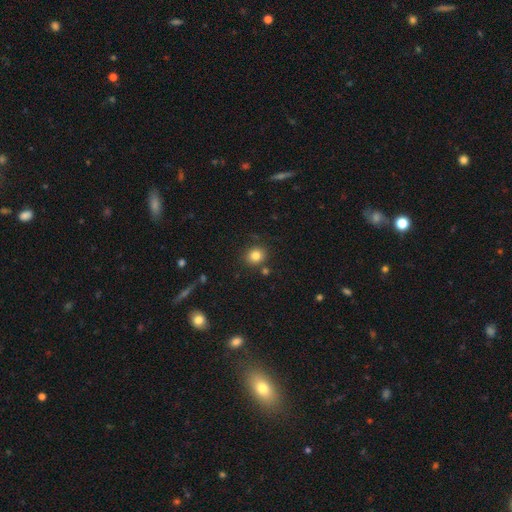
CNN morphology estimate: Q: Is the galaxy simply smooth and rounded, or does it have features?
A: smooth — 82%.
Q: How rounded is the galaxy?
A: round — 83%.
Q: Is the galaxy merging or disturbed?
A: none — 82%.